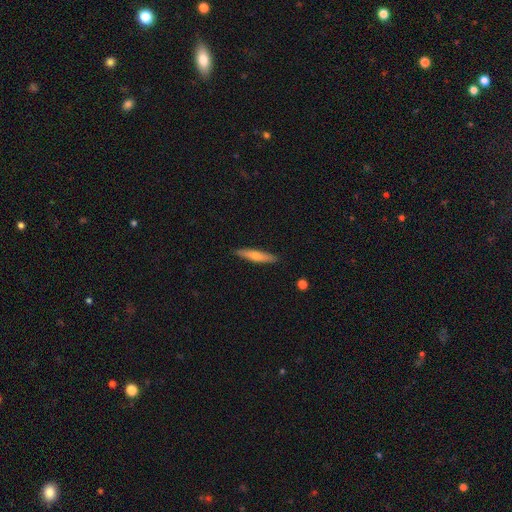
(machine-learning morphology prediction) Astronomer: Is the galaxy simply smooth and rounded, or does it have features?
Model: smooth — 58% (runner-up: featured or disk, 36%).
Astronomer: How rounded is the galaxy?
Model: cigar-shaped — 87%.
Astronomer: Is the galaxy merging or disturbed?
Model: none — 89%.